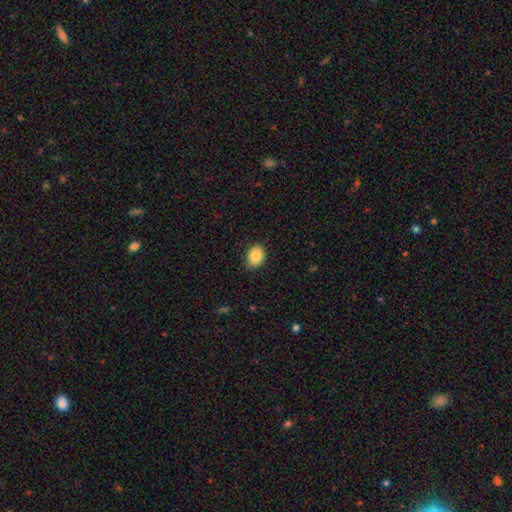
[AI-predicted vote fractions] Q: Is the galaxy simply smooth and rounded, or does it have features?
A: smooth — 84%.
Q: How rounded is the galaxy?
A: in between — 60%.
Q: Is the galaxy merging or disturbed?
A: none — 80%.